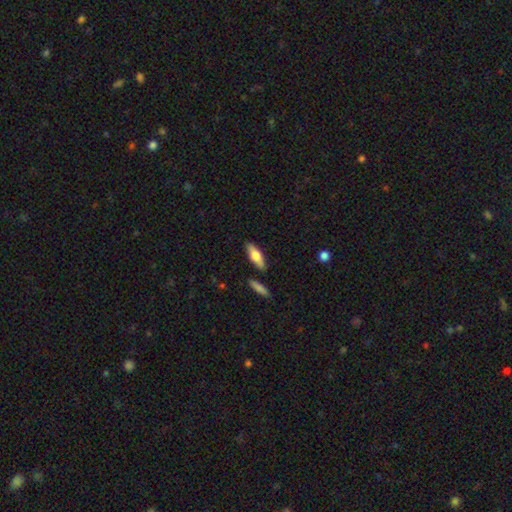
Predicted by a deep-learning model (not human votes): Smooth or featured? Predicted: smooth (p=0.63). How rounded? Predicted: in between (p=0.57). Merging? Predicted: none (p=0.83).